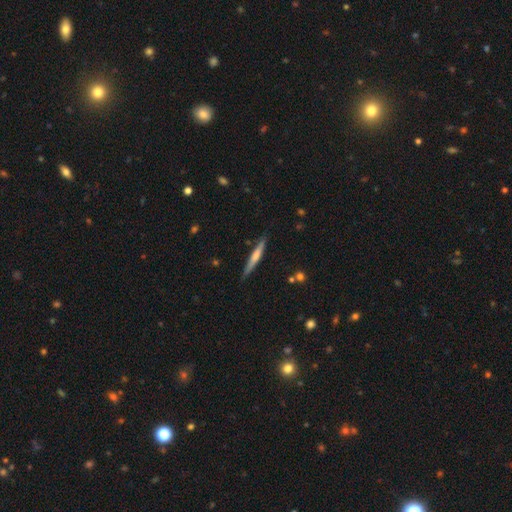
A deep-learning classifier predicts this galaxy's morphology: This appears to be a smooth galaxy with no disk features (51%) that is cigar-shaped (94%). Merging: none (84%).